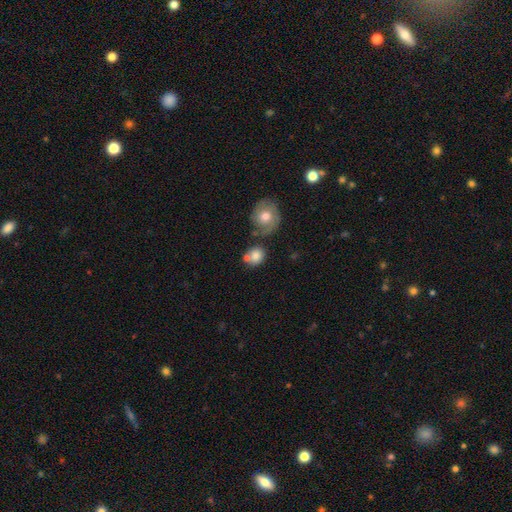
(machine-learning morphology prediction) Smooth or featured: smooth — 80% (featured or disk — 11%)
How rounded: round — 74% (in between — 24%)
Merging: none — 54% (merger — 26%)